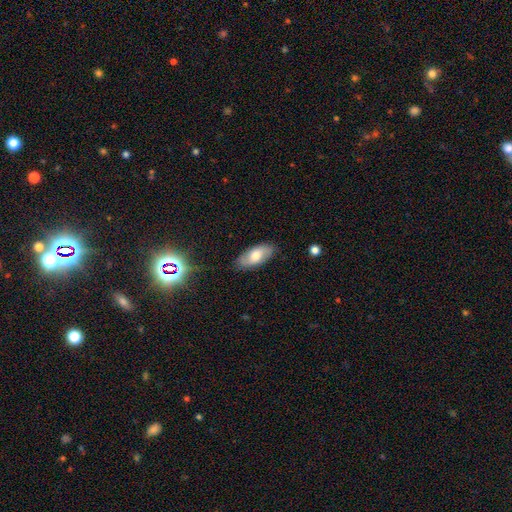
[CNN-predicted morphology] Smooth or featured? smooth (62%)
How rounded? in between (89%)
Merging? none (84%)